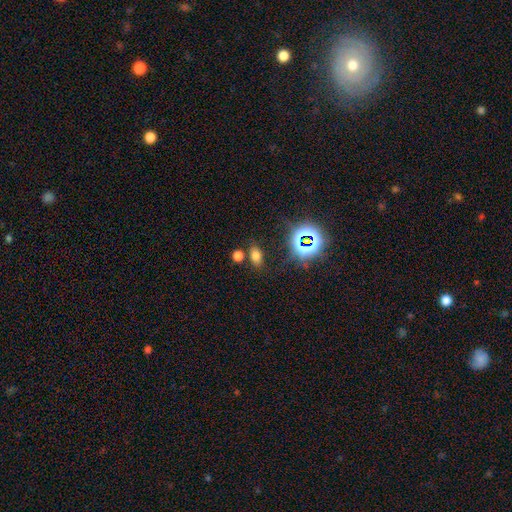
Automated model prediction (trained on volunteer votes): smooth 66%, star or artifact 26%, featured or disk 8%. Down the decision tree: how rounded — in between (81%); merging — none (76%).